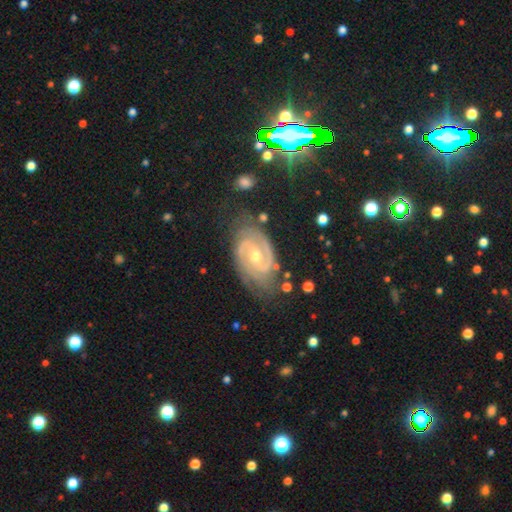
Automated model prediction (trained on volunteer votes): Overall: featured or disk (90%). Edge-on disk: no (97%). Bar: no (54%; weak 34%). Spiral arms: yes (98%). Spiral arm count: 2 (74%). Spiral winding: tight (68%; medium 28%). Bulge size: moderate (51%; small 46%). Merging: none (73%).